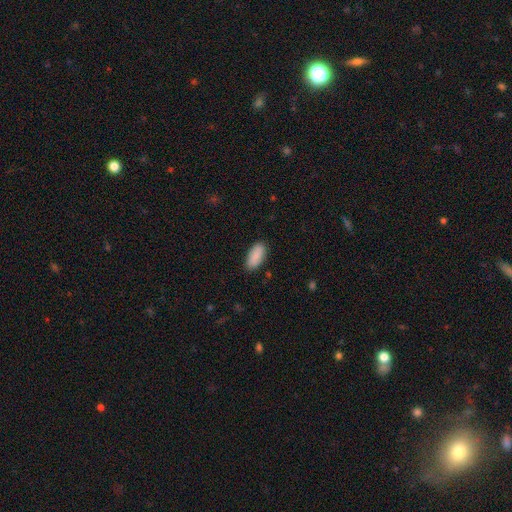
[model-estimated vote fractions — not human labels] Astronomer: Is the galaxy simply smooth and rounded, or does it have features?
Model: smooth — 90%.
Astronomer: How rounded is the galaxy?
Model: in between — 89%.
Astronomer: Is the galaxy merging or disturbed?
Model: none — 87%.